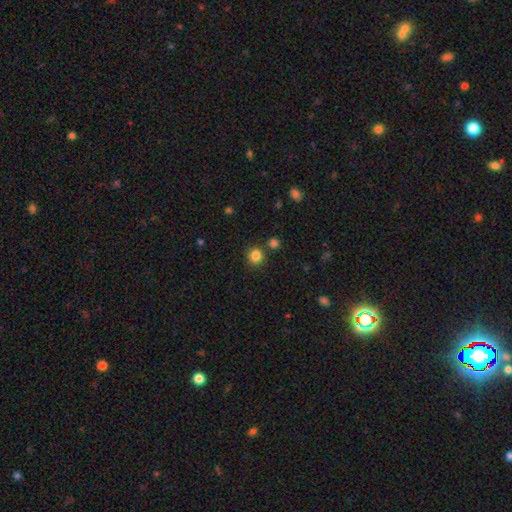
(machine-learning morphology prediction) Smooth or featured? Predicted: smooth (p=0.84). How rounded? Predicted: round (p=0.92). Merging? Predicted: none (p=0.83).